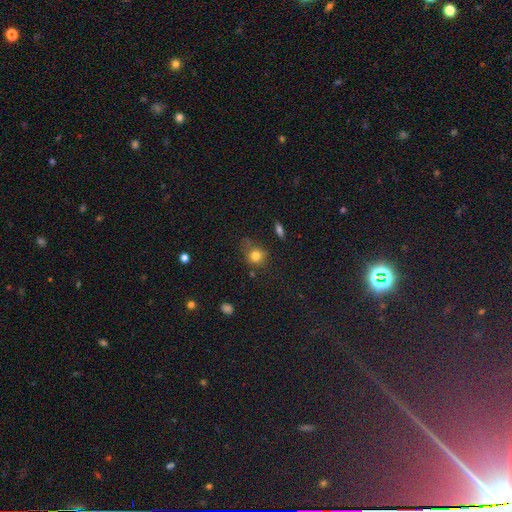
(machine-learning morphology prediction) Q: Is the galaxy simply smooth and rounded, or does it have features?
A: smooth — 78%.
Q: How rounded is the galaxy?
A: round — 79%.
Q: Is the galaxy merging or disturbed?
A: none — 63%.